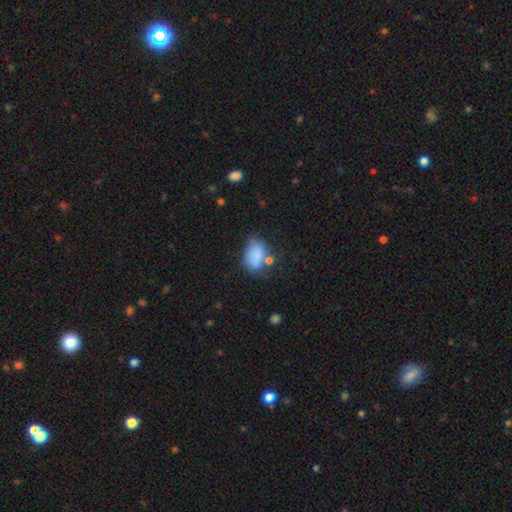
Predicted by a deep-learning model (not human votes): smooth_or_featured: smooth (p=0.81) [alt: featured or disk p=0.10]
how_rounded: in between (p=0.82) [alt: round p=0.16]
merging: none (p=0.47) [alt: minor disturbance p=0.25]